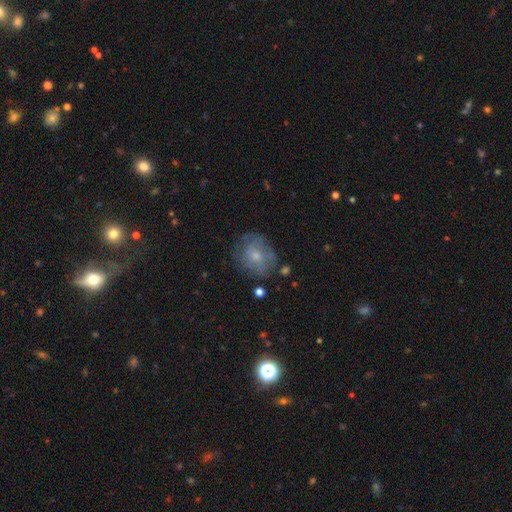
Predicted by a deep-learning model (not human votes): A smooth galaxy with no disk features (51%) that is round (63%). Merging: none (63%).